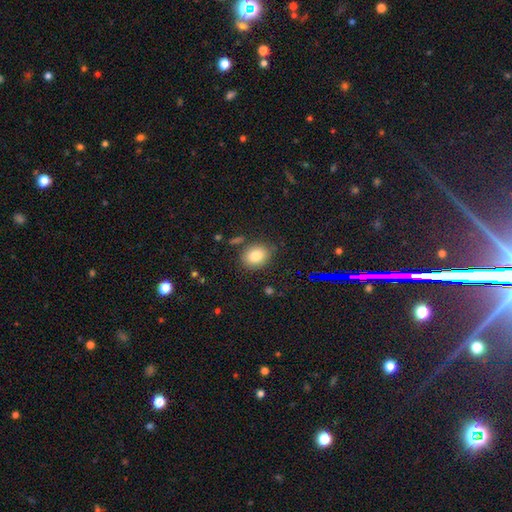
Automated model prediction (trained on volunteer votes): smooth-or-featured: smooth: 81% | star or artifact: 11% | featured or disk: 8%
  how-rounded: round: 51% | in between: 48% | cigar-shaped: 1%
  merging: none: 79% | minor disturbance: 13% | merger: 4% | major disturbance: 3%